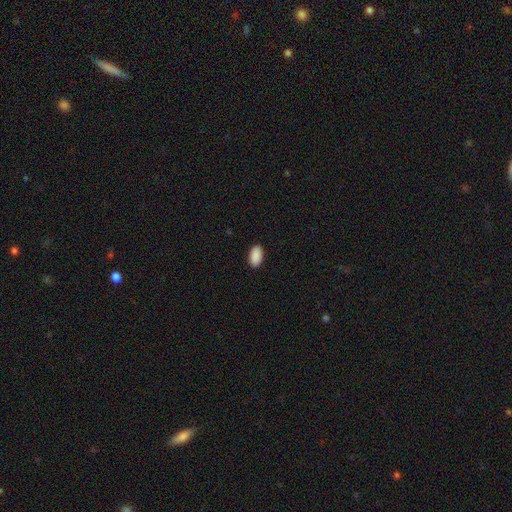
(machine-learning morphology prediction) type=smooth (91%); roundness=in between (95%); merging=none (90%).